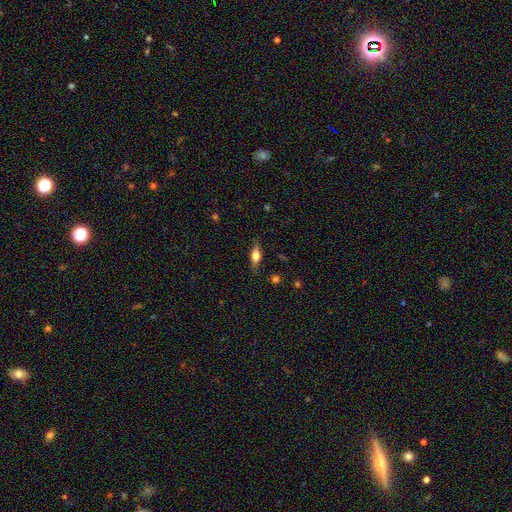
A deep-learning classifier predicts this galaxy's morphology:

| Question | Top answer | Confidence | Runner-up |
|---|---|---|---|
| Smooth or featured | smooth | 50% | featured or disk (42%) |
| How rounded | in between | 59% | cigar-shaped (35%) |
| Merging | none | 80% | minor disturbance (14%) |